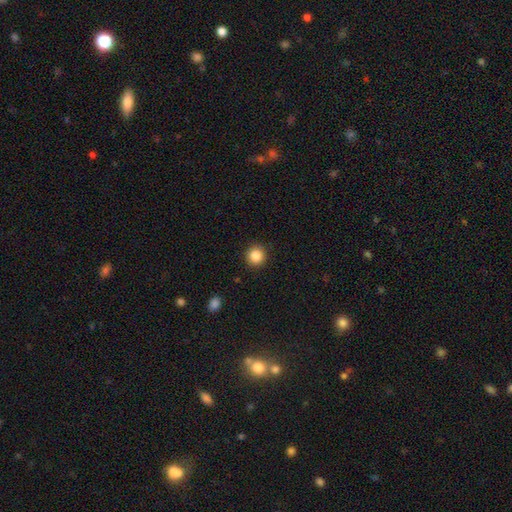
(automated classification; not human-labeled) Smooth or featured? smooth (86%)
How rounded? round (93%)
Merging? none (91%)